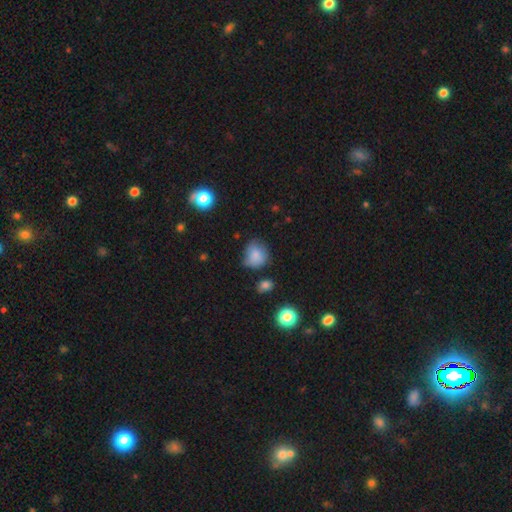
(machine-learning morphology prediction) Smooth or featured? Predicted: smooth (p=0.80). How rounded? Predicted: round (p=0.71). Merging? Predicted: none (p=0.52).